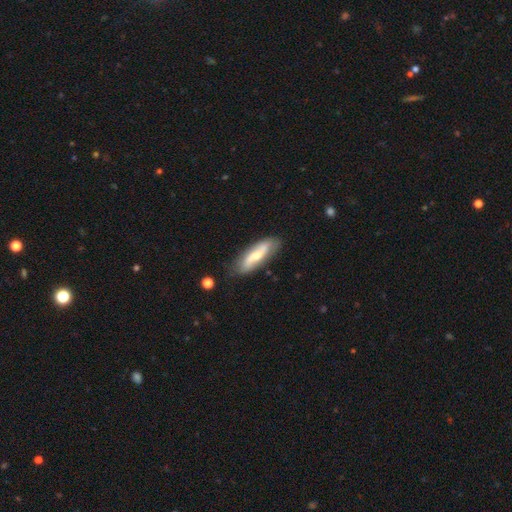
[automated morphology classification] A featured or disk galaxy (58%). Merging: none (78%).